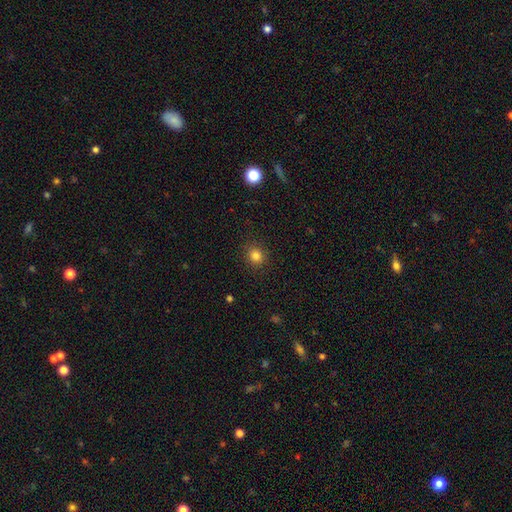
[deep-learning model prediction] A smooth galaxy with no disk features (82%) that is round (87%).

Vote fractions:
- Smooth or featured? smooth: 82% / star or artifact: 13% / featured or disk: 5%
- How rounded? round: 87% / in between: 12% / cigar-shaped: 1%
- Merging? none: 90% / minor disturbance: 6% / major disturbance: 2% / merger: 1%